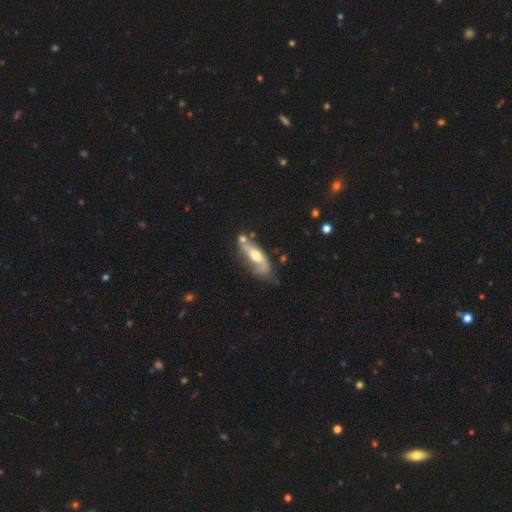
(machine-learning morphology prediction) The model was most divided on "smooth or featured": featured or disk: 55%, smooth: 39%, star or artifact: 6%. Remaining: edge-on disk — no (72%); merging — none (47%).